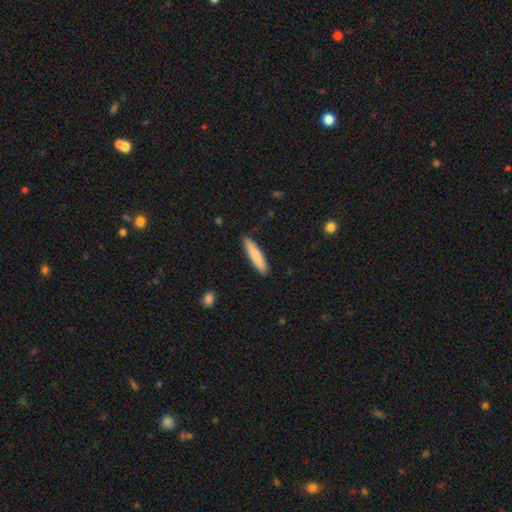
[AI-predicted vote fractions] A smooth galaxy with no disk features (83%) that is cigar-shaped (86%). Merging: none (90%).